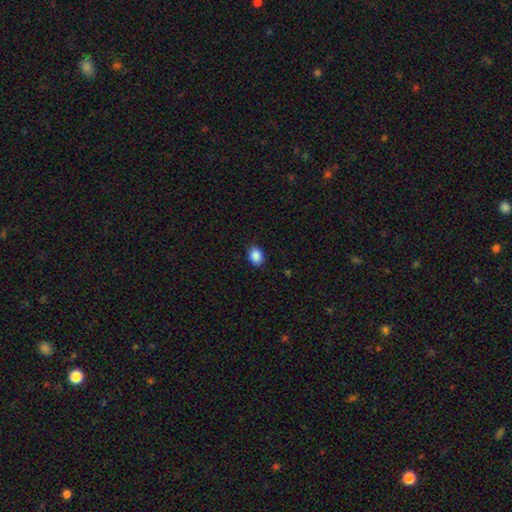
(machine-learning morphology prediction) smooth_or_featured: smooth (p=0.89) [alt: star or artifact p=0.08]
how_rounded: in between (p=0.69) [alt: round p=0.30]
merging: none (p=0.87) [alt: minor disturbance p=0.10]